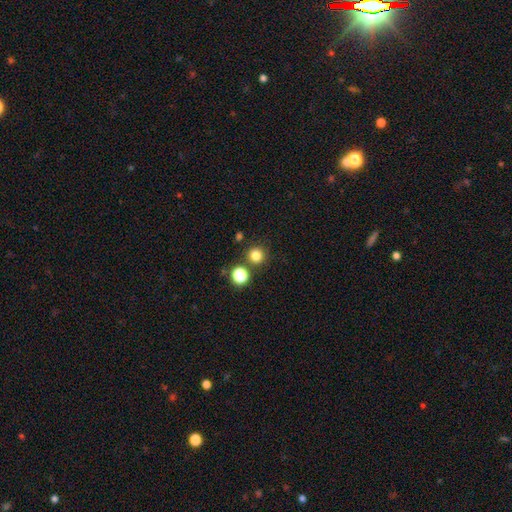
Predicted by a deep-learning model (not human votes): Morphology: type=smooth (80%); roundness=round (93%); merging=none (82%).